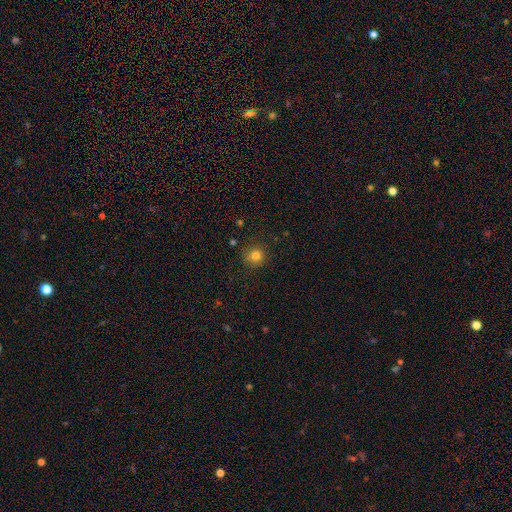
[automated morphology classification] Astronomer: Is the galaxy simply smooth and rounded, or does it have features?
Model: smooth — 80%.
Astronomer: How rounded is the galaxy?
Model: round — 92%.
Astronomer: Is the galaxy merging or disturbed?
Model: none — 86%.